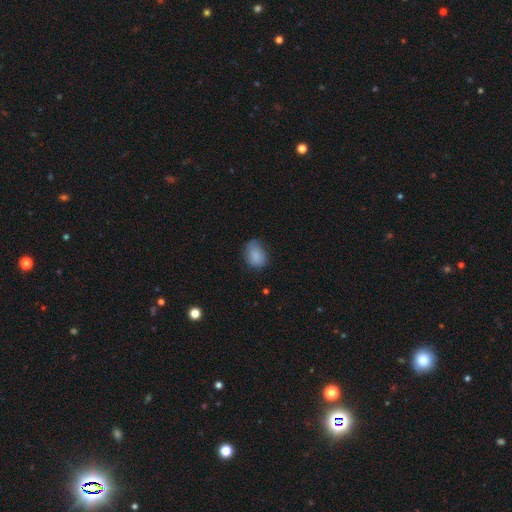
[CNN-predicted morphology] This is clearly a smooth galaxy (84%). How rounded: likely in between (67%). Merging: likely none (65%).